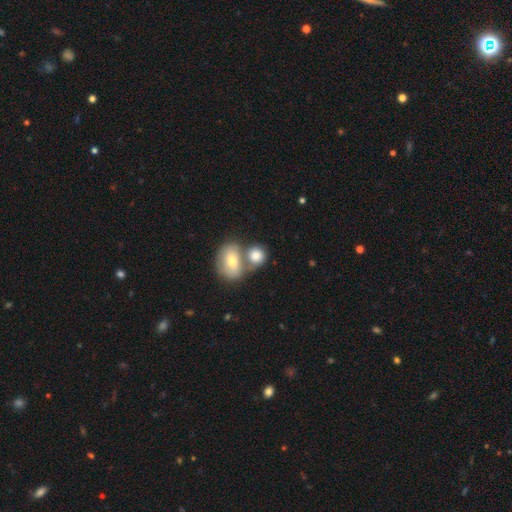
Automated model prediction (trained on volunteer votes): smooth_or_featured: smooth (p=0.78) [alt: featured or disk p=0.14]
how_rounded: round (p=0.61) [alt: in between p=0.37]
merging: merger (p=0.57) [alt: none p=0.31]